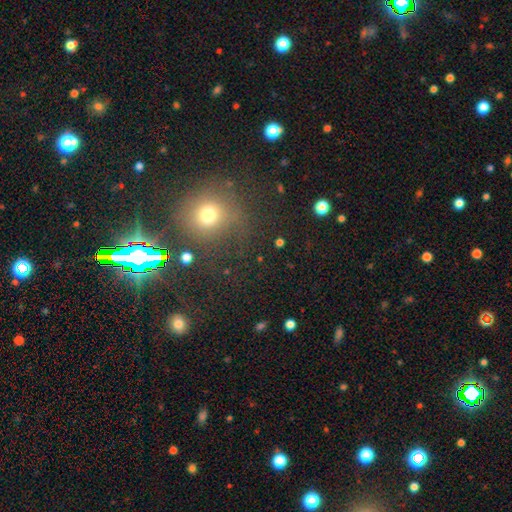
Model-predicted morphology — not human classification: The model was most divided on "smooth or featured": star or artifact: 52%, smooth: 37%, featured or disk: 11%.